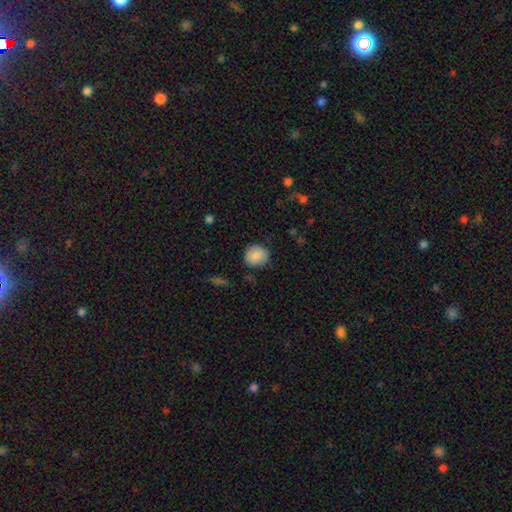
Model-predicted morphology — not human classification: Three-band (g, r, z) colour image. It shows a smooth galaxy with no disk features (87%) that is round (83%). Merging: none (81%).